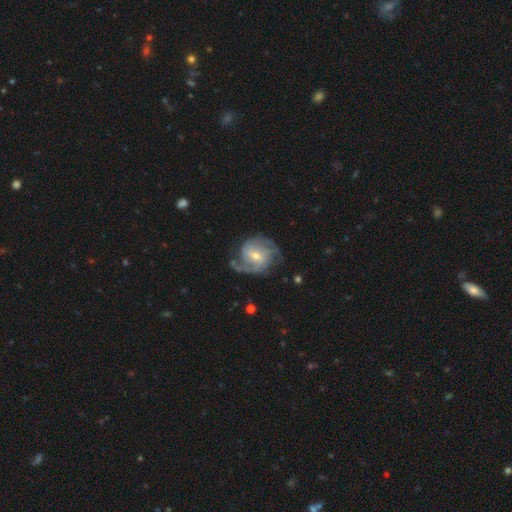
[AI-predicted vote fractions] Smooth or featured: featured or disk — 85% (smooth — 10%)
Edge-on disk: no — 98% (yes — 2%)
Bar: weak — 50% (no — 34%)
Spiral arms: yes — 95% (no — 5%)
Spiral winding: medium — 45% (tight — 32%)
Spiral arm count: 2 — 55% (can't tell — 17%)
Bulge size: small — 55% (moderate — 41%)
Merging: none — 63% (minor disturbance — 21%)